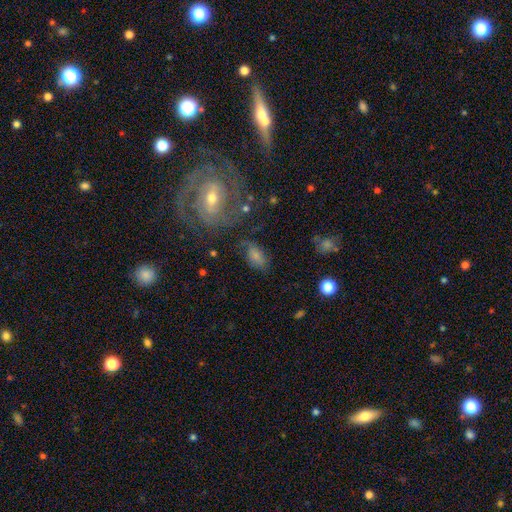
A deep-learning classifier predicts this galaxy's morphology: smooth_or_featured: smooth (p=0.63) [alt: featured or disk p=0.24]
how_rounded: in between (p=0.89) [alt: round p=0.08]
merging: none (p=0.58) [alt: minor disturbance p=0.23]